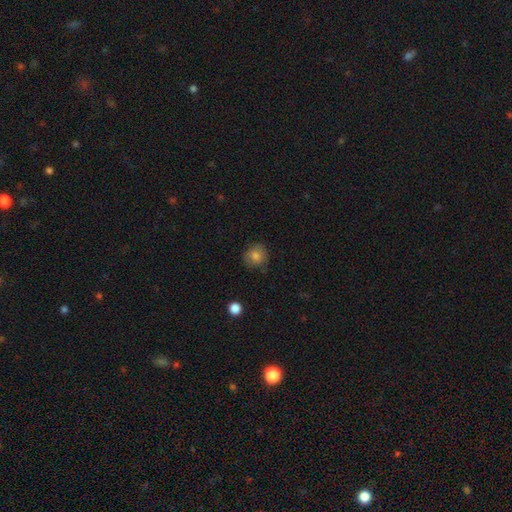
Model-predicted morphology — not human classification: A smooth galaxy with no disk features (80%) that is round (85%).

Vote fractions:
- Smooth or featured? smooth: 80% / featured or disk: 11% / star or artifact: 10%
- How rounded? round: 85% / in between: 14% / cigar-shaped: 1%
- Merging? none: 77% / minor disturbance: 18% / major disturbance: 4% / merger: 1%